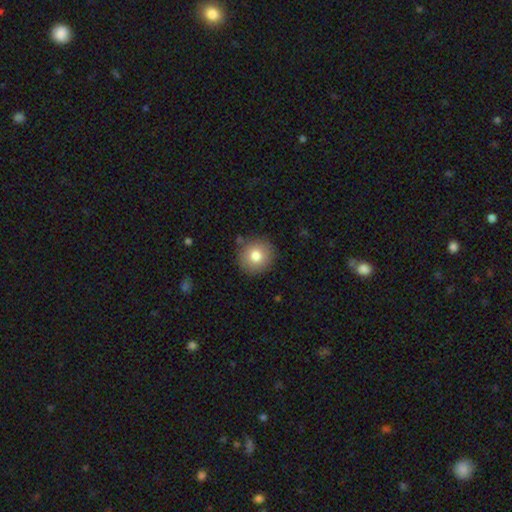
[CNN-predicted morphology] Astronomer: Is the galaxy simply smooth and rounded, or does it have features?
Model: smooth — 79%.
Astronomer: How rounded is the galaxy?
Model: round — 92%.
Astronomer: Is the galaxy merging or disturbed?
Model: none — 87%.